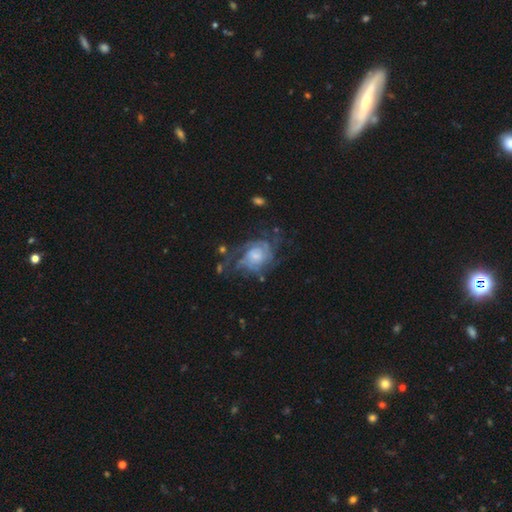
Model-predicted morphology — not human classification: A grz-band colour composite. It shows a featured or disk galaxy (78%) with no bar (67%), tight (51%) spiral arms (90%) and a small central bulge (39%). Merging: none (51%).